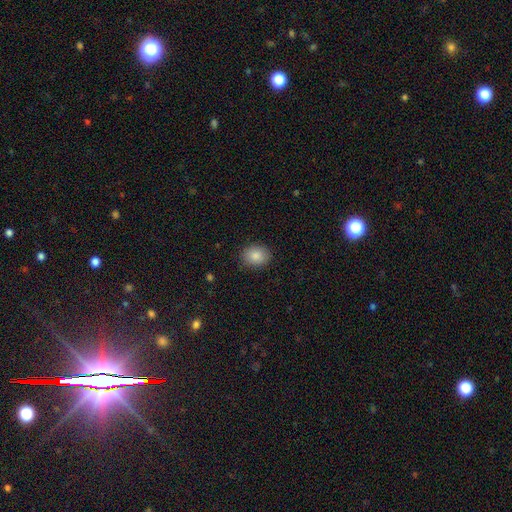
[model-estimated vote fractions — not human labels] This is clearly a smooth galaxy (86%). How rounded: possibly in between (50%). Merging: clearly none (88%).